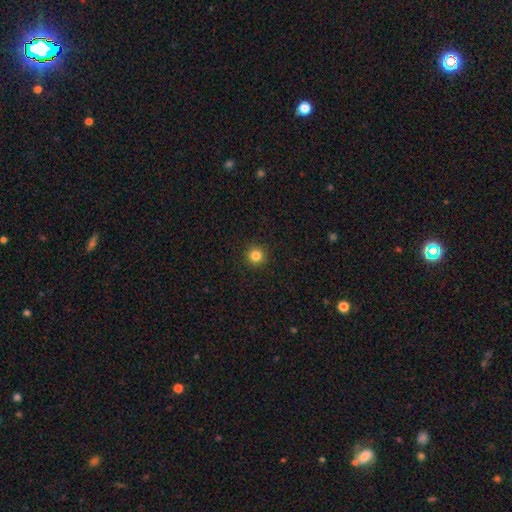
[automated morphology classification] Smooth or featured? smooth (84%)
How rounded? round (95%)
Merging? none (93%)